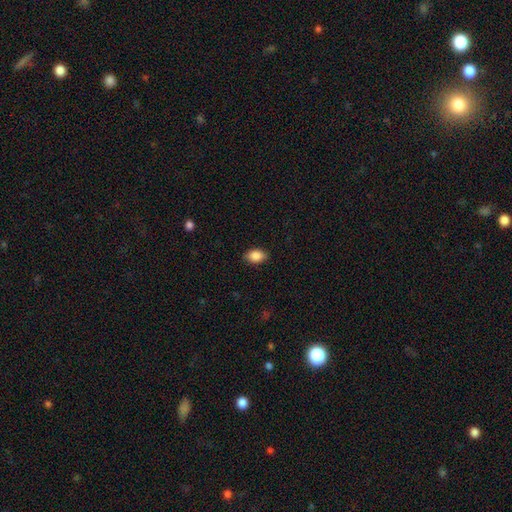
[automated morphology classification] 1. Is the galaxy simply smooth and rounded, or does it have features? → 88% smooth, 7% star or artifact, 5% featured or disk.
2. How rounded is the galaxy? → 84% in between, 14% round, 1% cigar-shaped.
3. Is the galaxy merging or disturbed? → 86% none, 11% minor disturbance, 2% major disturbance, 1% merger.